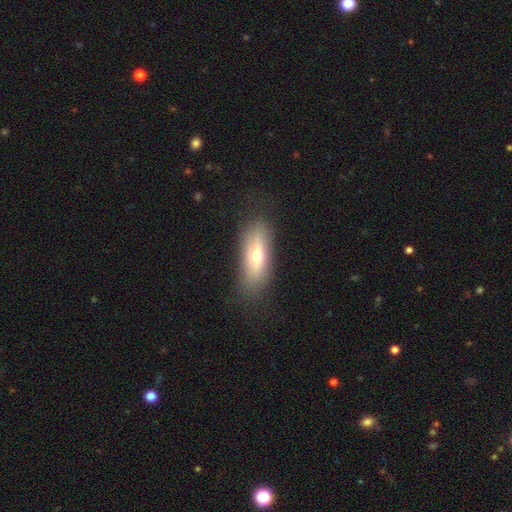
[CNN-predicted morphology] smooth 60%, featured or disk 32%, star or artifact 8%. Down the decision tree: how rounded — in between (66%); merging — none (80%).